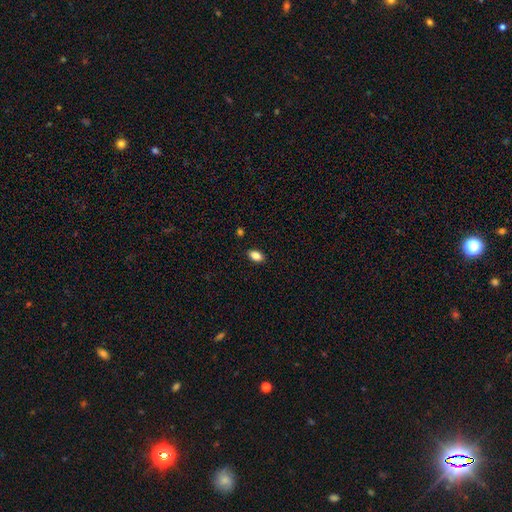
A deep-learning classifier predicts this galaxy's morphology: The model was most divided on "smooth or featured": smooth: 86%, star or artifact: 9%, featured or disk: 6%. More confident: how rounded — in between (90%); merging — none (89%).